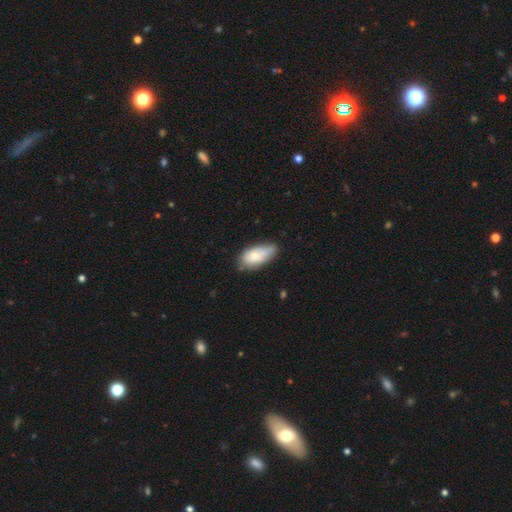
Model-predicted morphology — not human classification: smooth-or-featured: smooth: 75% | featured or disk: 18% | star or artifact: 7%
  how-rounded: in between: 91% | cigar-shaped: 6% | round: 3%
  merging: none: 54% | minor disturbance: 33% | major disturbance: 7% | merger: 6%